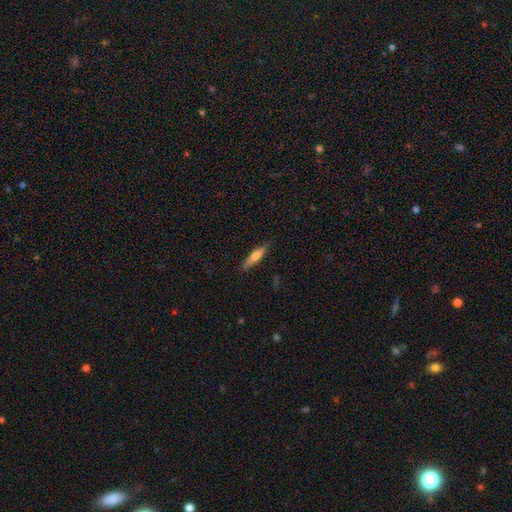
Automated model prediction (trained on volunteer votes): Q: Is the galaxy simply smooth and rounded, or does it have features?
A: smooth — 56%.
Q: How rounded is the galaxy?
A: cigar-shaped — 80%.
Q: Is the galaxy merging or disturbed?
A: none — 85%.